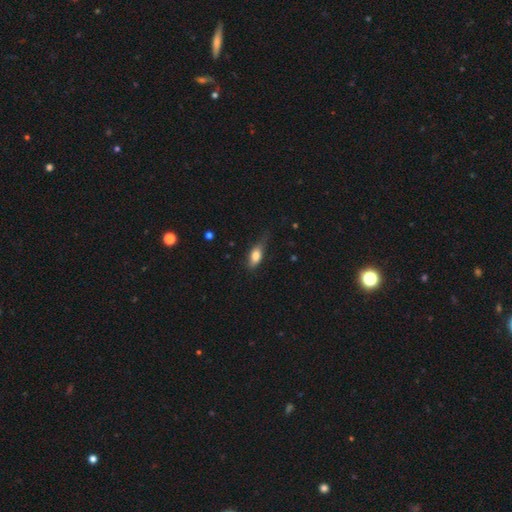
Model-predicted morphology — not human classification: A smooth galaxy with no disk features (75%) that is in between round and cigar-shaped (79%).

Vote fractions:
- Smooth or featured? smooth: 75% / featured or disk: 17% / star or artifact: 7%
- How rounded? in between: 79% / cigar-shaped: 15% / round: 5%
- Merging? none: 51% / minor disturbance: 36% / major disturbance: 11% / merger: 2%